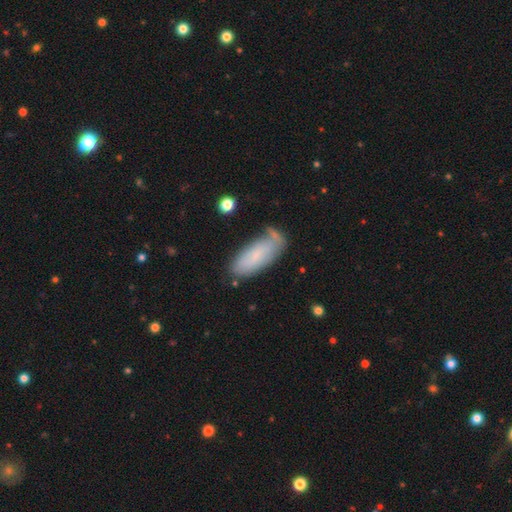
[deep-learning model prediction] smooth-or-featured: smooth: 73% | featured or disk: 19% | star or artifact: 7%
  how-rounded: in between: 77% | cigar-shaped: 21% | round: 2%
  merging: none: 53% | minor disturbance: 28% | major disturbance: 11% | merger: 7%